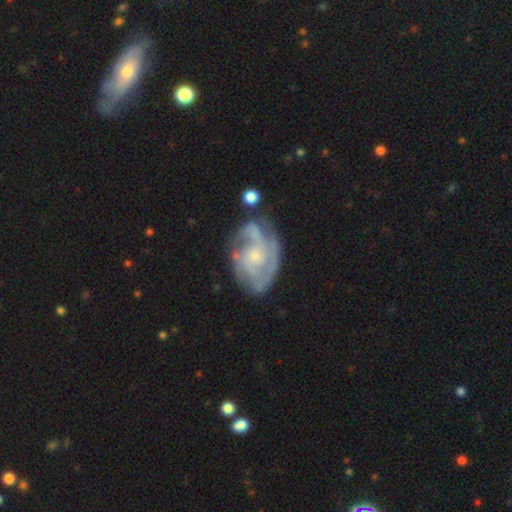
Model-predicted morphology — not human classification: smooth_or_featured: featured or disk (p=0.85) [alt: smooth p=0.10]
disk_edge_on: no (p=0.97) [alt: yes p=0.03]
bar: no (p=0.73) [alt: weak p=0.23]
has_spiral_arms: yes (p=0.94) [alt: no p=0.06]
spiral_winding: tight (p=0.54) [alt: medium p=0.37]
spiral_arm_count: 2 (p=0.30) [alt: 3 p=0.28]
bulge_size: small (p=0.69) [alt: moderate p=0.25]
merging: none (p=0.61) [alt: minor disturbance p=0.23]